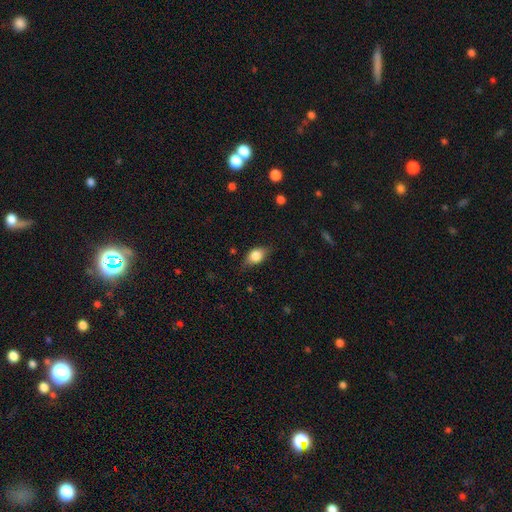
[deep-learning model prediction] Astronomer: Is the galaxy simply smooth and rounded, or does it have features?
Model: smooth — 75%.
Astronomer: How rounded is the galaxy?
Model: in between — 74%.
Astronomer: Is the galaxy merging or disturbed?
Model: none — 72%.